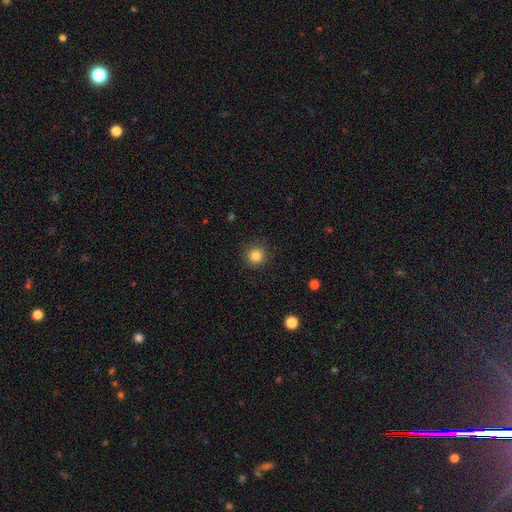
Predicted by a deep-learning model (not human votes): Smooth or featured?
  - smooth: 83% *
  - star or artifact: 12%
  - featured or disk: 5%
How rounded?
  - round: 94% *
  - in between: 5%
  - cigar-shaped: 1%
Merging?
  - none: 90% *
  - minor disturbance: 7%
  - major disturbance: 2%
  - merger: 1%